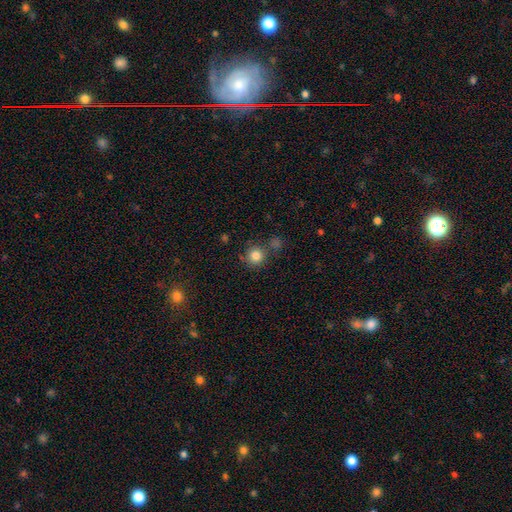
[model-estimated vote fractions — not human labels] Overall: smooth (84%). How rounded: round (93%). Merging: none (76%).